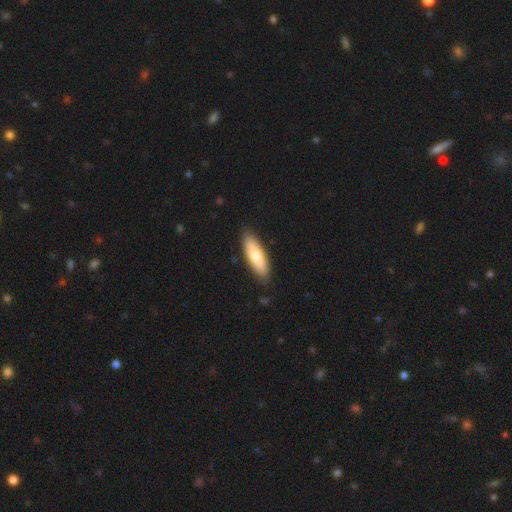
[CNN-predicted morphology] A smooth galaxy with no disk features (72%) that is in between round and cigar-shaped (53%). Merging: none (86%).